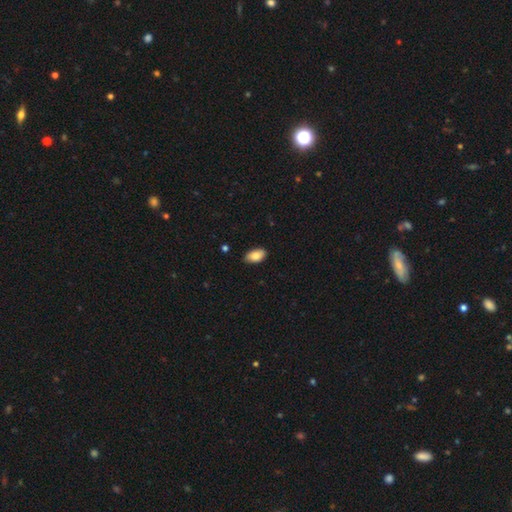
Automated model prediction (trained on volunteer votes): A smooth galaxy with no disk features (87%) that is in between round and cigar-shaped (94%). Merging: none (84%).